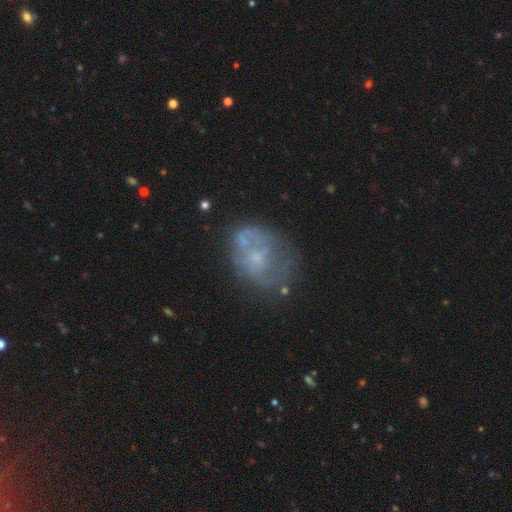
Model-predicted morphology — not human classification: This is possibly a featured or disk galaxy (57%). It is clearly not viewed edge-on (97%). Bar: clearly no (83%). Spiral arm pattern: likely no (66%). Central bulge: possibly small (51%). Merging: possibly none (48%).